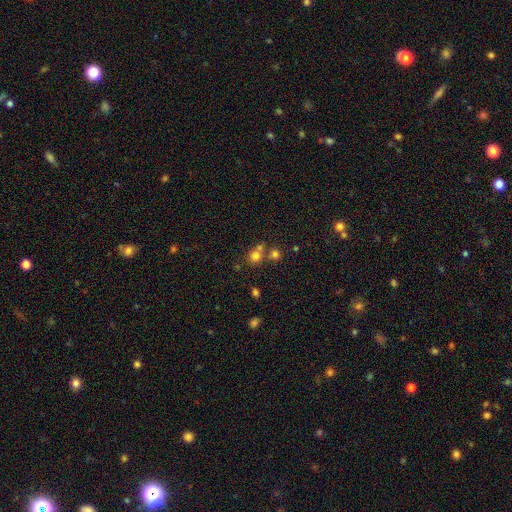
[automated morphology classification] Overall: smooth (73%). How rounded: round (87%). Merging: none (56%; merger 34%).